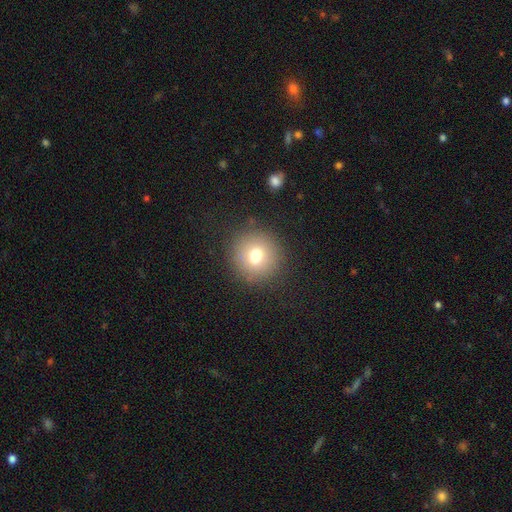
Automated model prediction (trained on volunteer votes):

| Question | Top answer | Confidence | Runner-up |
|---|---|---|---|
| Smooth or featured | smooth | 72% | star or artifact (15%) |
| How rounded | round | 94% | in between (5%) |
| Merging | none | 89% | minor disturbance (6%) |